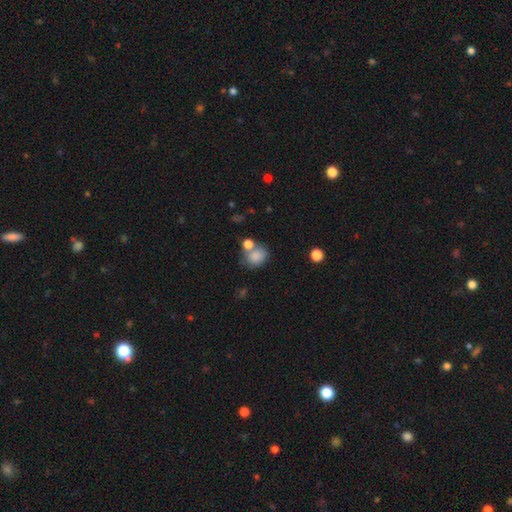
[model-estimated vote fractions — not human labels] This appears to be a smooth galaxy with no disk features (81%) that is round (56%). Merging: none (46%).